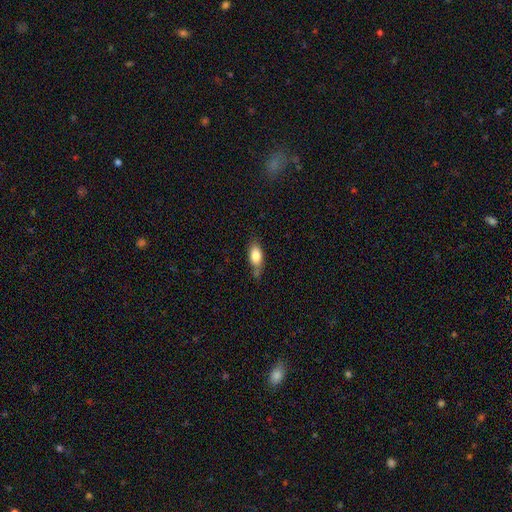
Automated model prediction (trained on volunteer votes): Smooth or featured? smooth (80%)
How rounded? in between (85%)
Merging? none (55%)